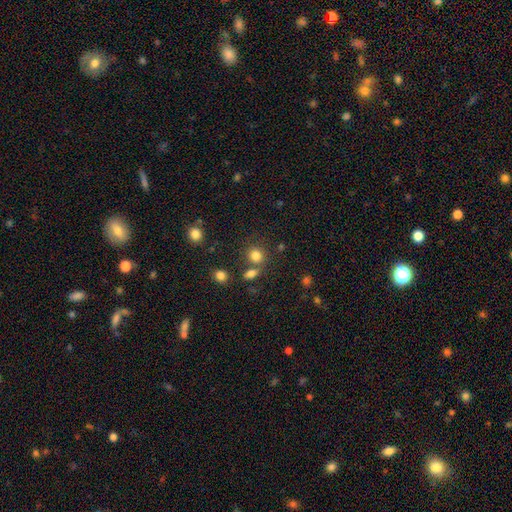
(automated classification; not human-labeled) smooth 80%, star or artifact 13%, featured or disk 6%. Down the decision tree: how rounded — round (75%); merging — none (64%).